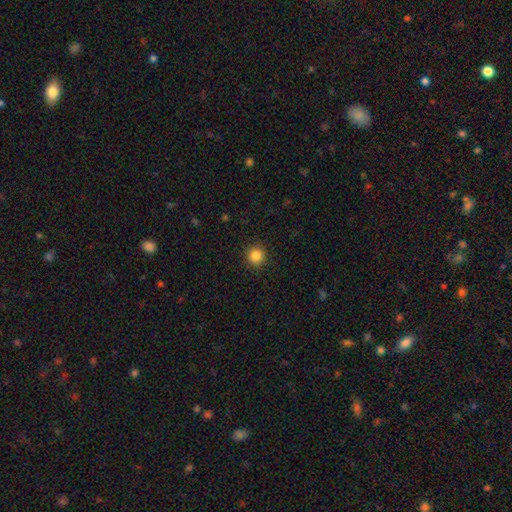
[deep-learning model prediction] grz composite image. It shows a smooth galaxy with no disk features (85%) that is round (95%). Merging: none (92%).